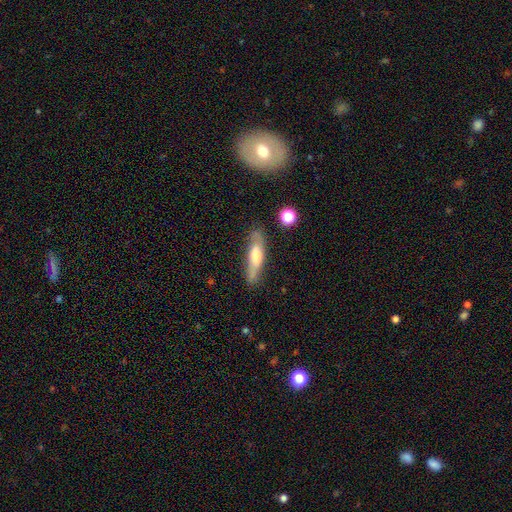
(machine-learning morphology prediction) Smooth or featured? Predicted: smooth (p=0.52). How rounded? Predicted: cigar-shaped (p=0.70). Merging? Predicted: none (p=0.74).